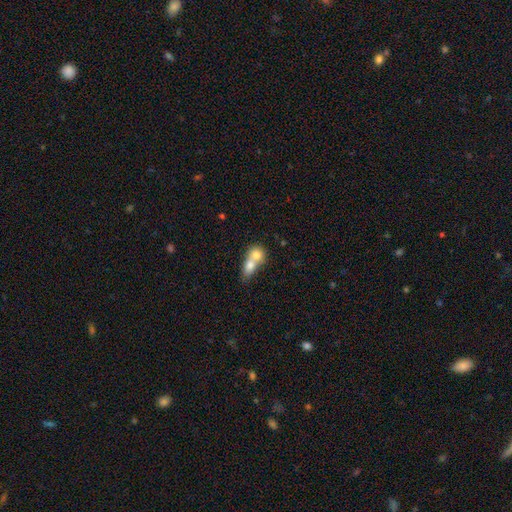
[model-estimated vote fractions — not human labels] This is likely a smooth galaxy (72%). How rounded: possibly round (53%). Merging: likely merger (77%).